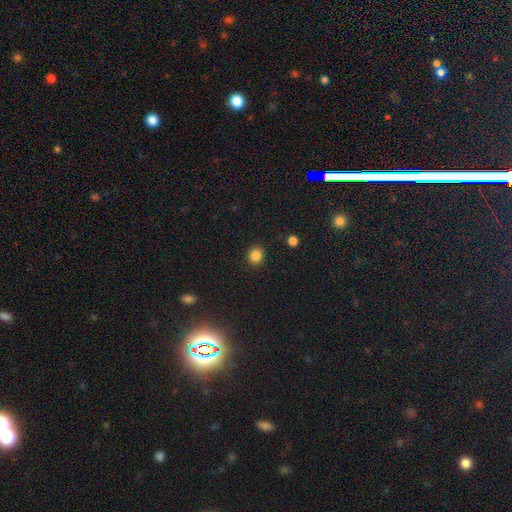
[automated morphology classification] Smooth or featured?
  - smooth: 84% *
  - star or artifact: 12%
  - featured or disk: 4%
How rounded?
  - round: 83% *
  - in between: 16%
  - cigar-shaped: 1%
Merging?
  - none: 90% *
  - minor disturbance: 6%
  - major disturbance: 2%
  - merger: 1%